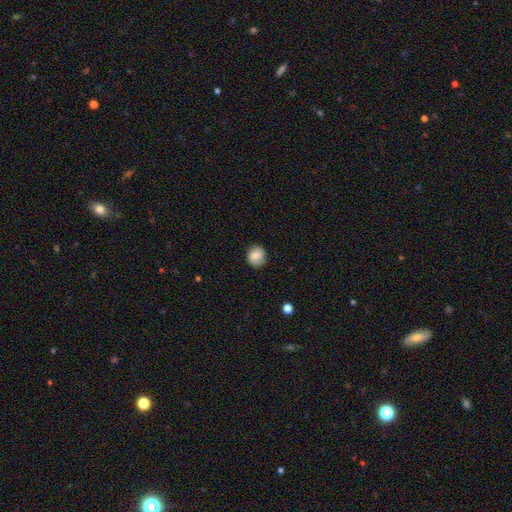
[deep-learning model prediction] The model was most divided on "smooth or featured": smooth: 73%, featured or disk: 18%, star or artifact: 9%. More confident: how rounded — round (83%); merging — none (81%).